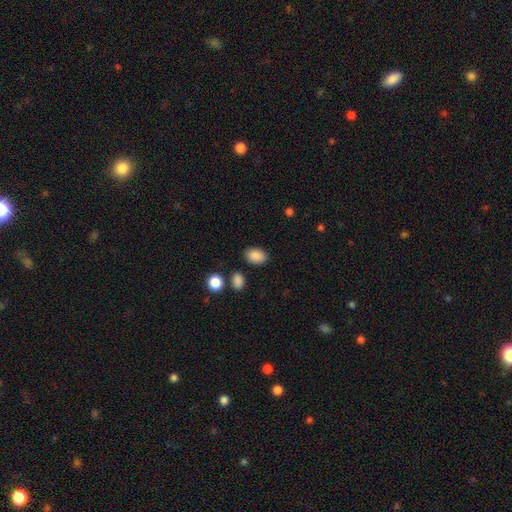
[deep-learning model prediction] This appears to be a smooth galaxy with no disk features (88%) that is in between round and cigar-shaped (85%). Merging: none (85%).